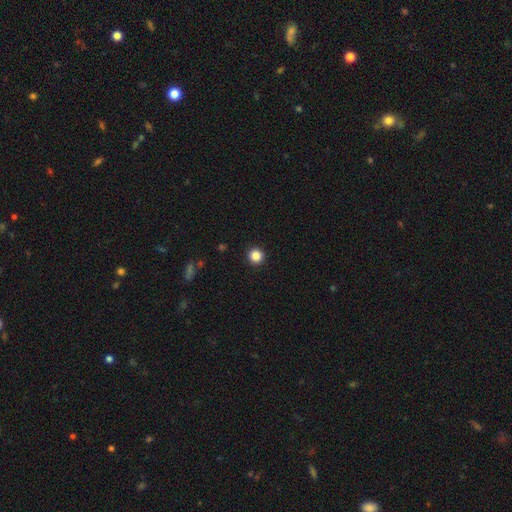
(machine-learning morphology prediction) Smooth or featured? smooth (86%)
How rounded? round (95%)
Merging? none (93%)